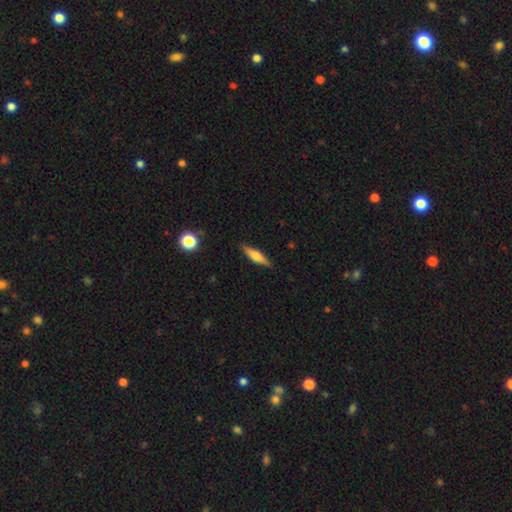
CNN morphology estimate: Overall: smooth (47%, tied with featured or disk). Merging: none (88%).